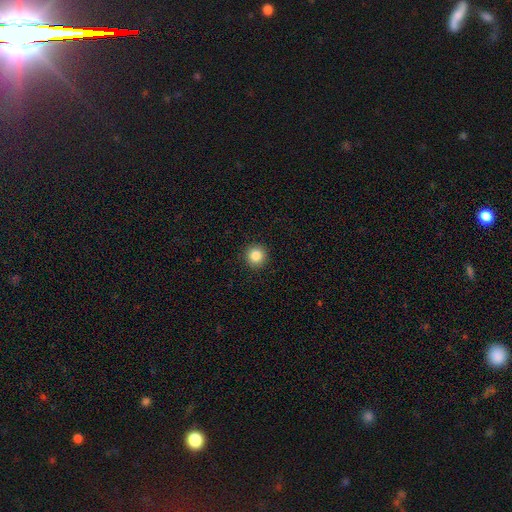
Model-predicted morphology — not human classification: The model was most divided on "smooth or featured": smooth: 85%, star or artifact: 10%, featured or disk: 5%. More confident: how rounded — round (94%); merging — none (93%).